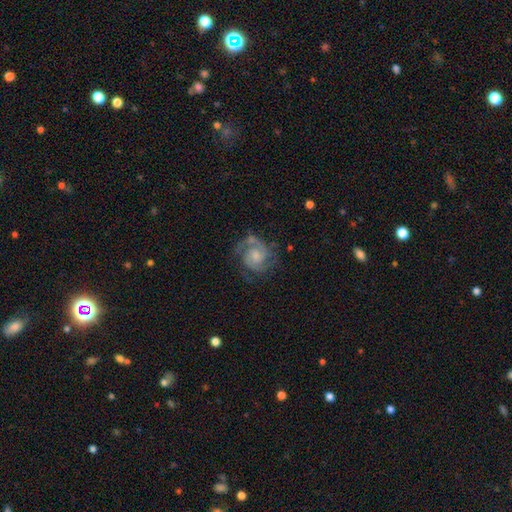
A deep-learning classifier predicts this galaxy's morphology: Overall: featured or disk (84%). Edge-on disk: no (98%). Bar: no (59%; weak 36%). Spiral arms: yes (96%). Spiral arm count: 2 (68%). Spiral winding: tight (46%; medium 43%). Bulge size: small (43%; moderate 38%). Merging: none (67%).